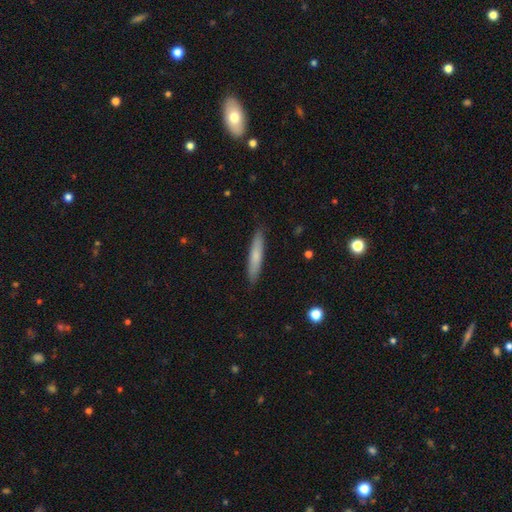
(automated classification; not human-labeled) Overall: smooth (72%). How rounded: cigar-shaped (91%). Merging: none (89%).